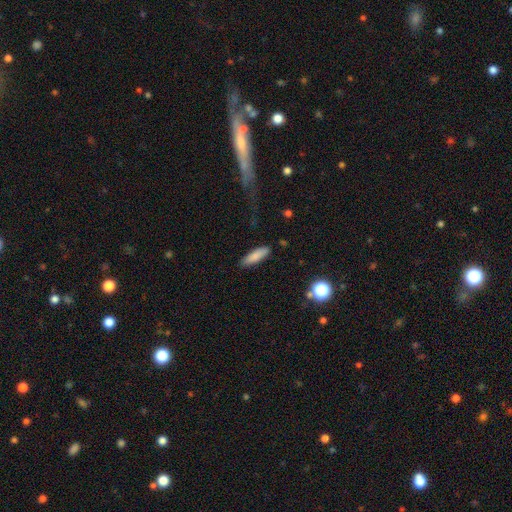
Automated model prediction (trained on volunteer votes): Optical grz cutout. It shows a smooth galaxy with no disk features (84%) that is cigar-shaped (57%). Merging: none (85%).